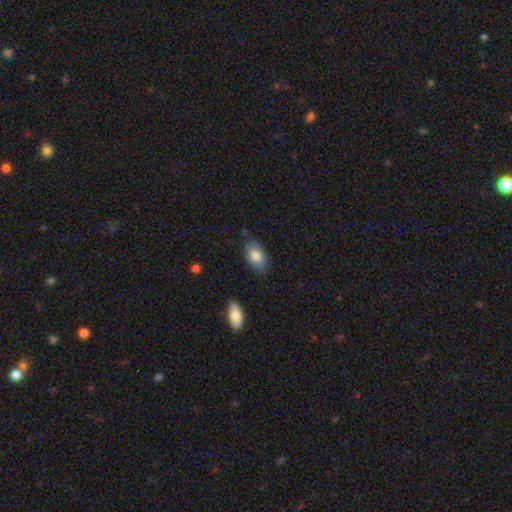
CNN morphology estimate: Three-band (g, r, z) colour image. It shows a smooth galaxy with no disk features (80%) that is in between round and cigar-shaped (92%). Merging: none (78%).